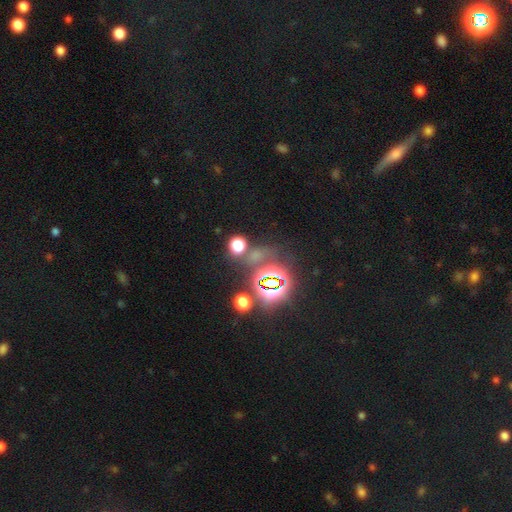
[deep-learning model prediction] Smooth or featured? star or artifact (75%)